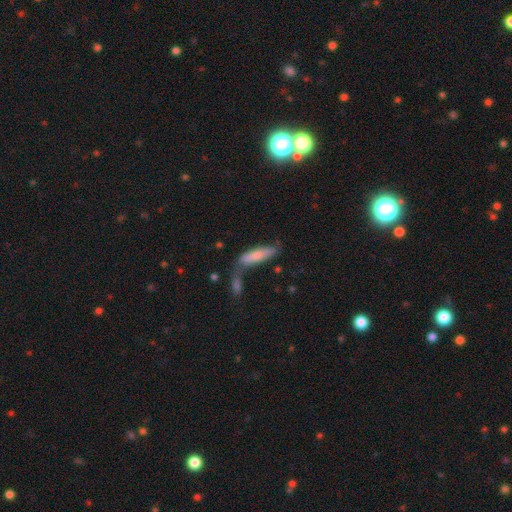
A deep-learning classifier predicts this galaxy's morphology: smooth 72%, featured or disk 22%, star or artifact 6%. Down the decision tree: how rounded — cigar-shaped (62%); merging — none (45%).